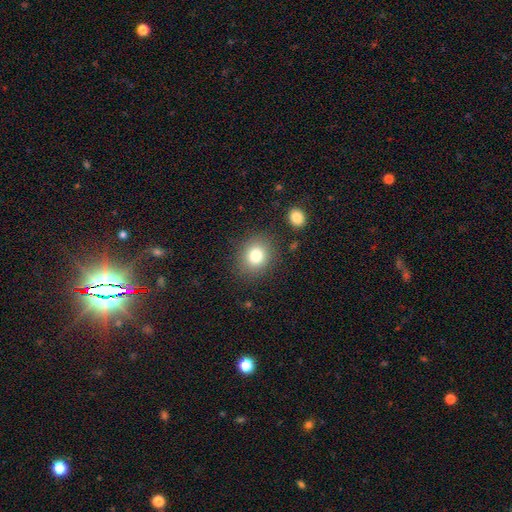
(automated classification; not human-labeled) Smooth or featured?
  - smooth: 82% *
  - star or artifact: 11%
  - featured or disk: 8%
How rounded?
  - round: 66% *
  - in between: 33%
  - cigar-shaped: 1%
Merging?
  - none: 83% *
  - minor disturbance: 10%
  - major disturbance: 4%
  - merger: 3%